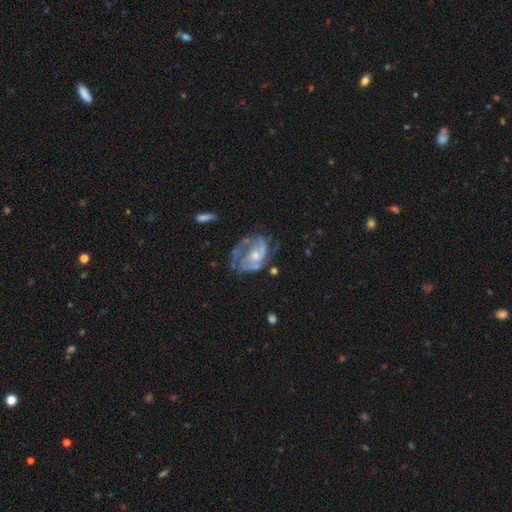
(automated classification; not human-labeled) This appears to be a featured or disk galaxy (84%) with no bar (67%), 2 (52%) medium (43%) spiral arms (91%) and a small central bulge (50%). Merging: none (48%).